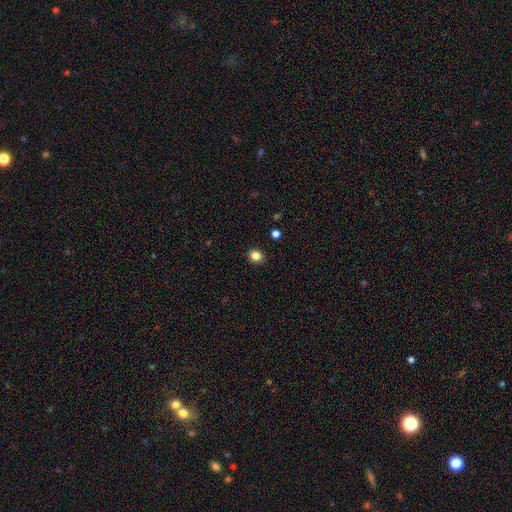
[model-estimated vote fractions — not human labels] smooth-or-featured: smooth: 84% | star or artifact: 11% | featured or disk: 4%
  how-rounded: round: 68% | in between: 31% | cigar-shaped: 1%
  merging: none: 90% | minor disturbance: 7% | major disturbance: 2% | merger: 1%